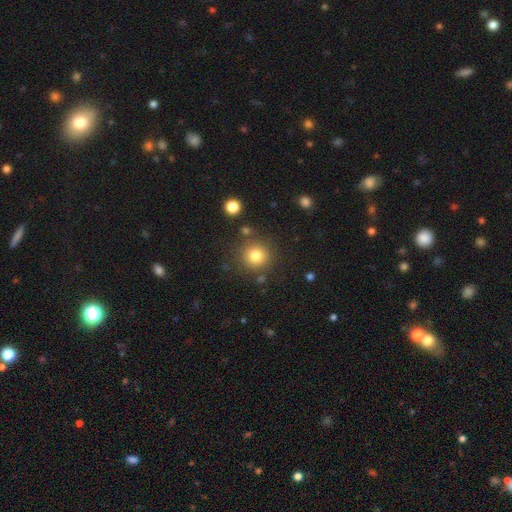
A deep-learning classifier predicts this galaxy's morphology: This appears to be a smooth galaxy with no disk features (82%) that is round (93%). Merging: none (83%).